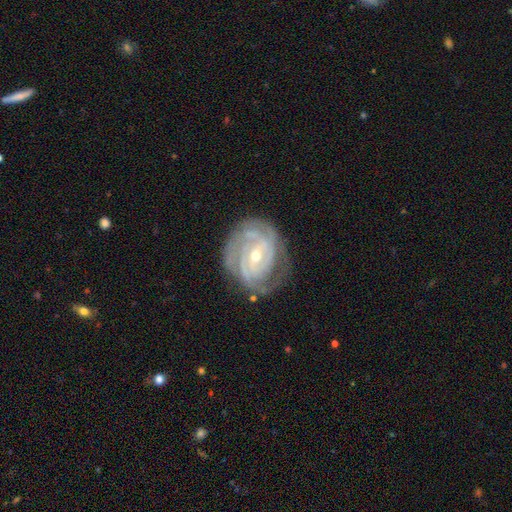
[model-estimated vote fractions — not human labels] Overall: featured or disk (89%). Edge-on disk: no (97%). Bar: weak (44%; no 34%). Spiral arms: yes (97%). Spiral arm count: 3 (27%; can't tell 25%). Spiral winding: tight (73%). Bulge size: small (55%; moderate 43%). Merging: none (73%).